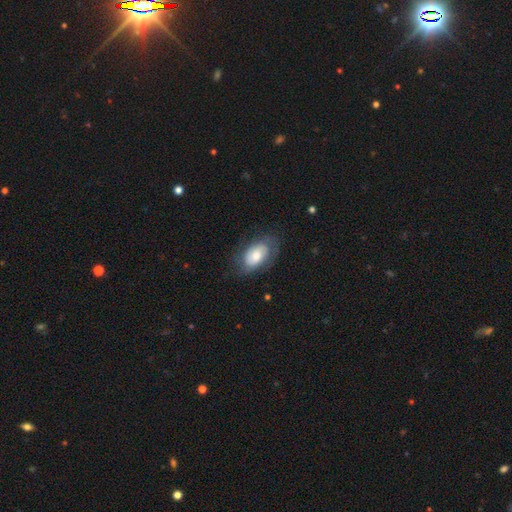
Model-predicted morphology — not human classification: smooth_or_featured: smooth (p=0.52) [alt: featured or disk p=0.41]
how_rounded: in between (p=0.91) [alt: round p=0.07]
merging: none (p=0.68) [alt: minor disturbance p=0.21]